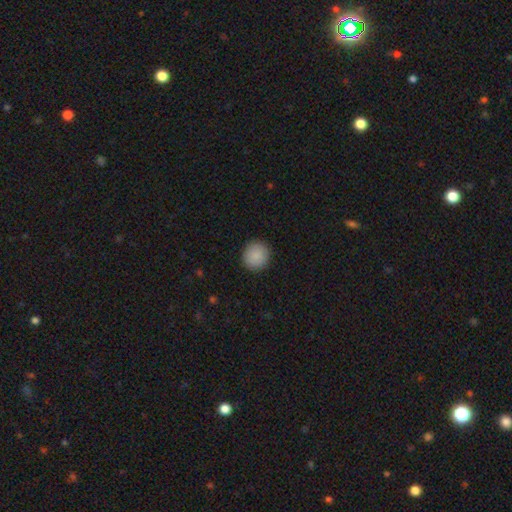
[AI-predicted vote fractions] Smooth or featured?
  - smooth: 90% *
  - star or artifact: 7%
  - featured or disk: 3%
How rounded?
  - round: 92% *
  - in between: 7%
  - cigar-shaped: 1%
Merging?
  - none: 92% *
  - minor disturbance: 6%
  - major disturbance: 2%
  - merger: 1%